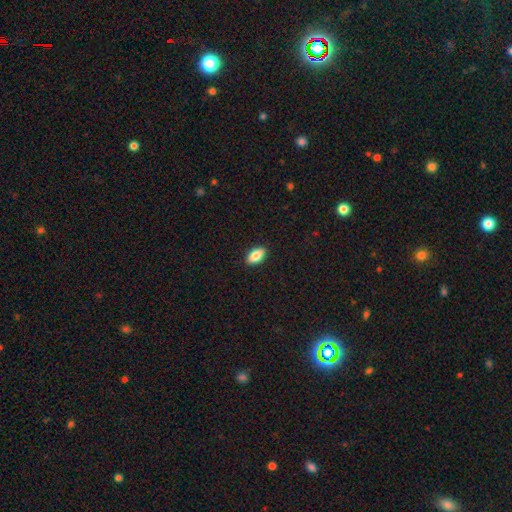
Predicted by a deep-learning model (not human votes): This is clearly a smooth galaxy (82%). How rounded: clearly in between (90%). Merging: clearly none (90%).